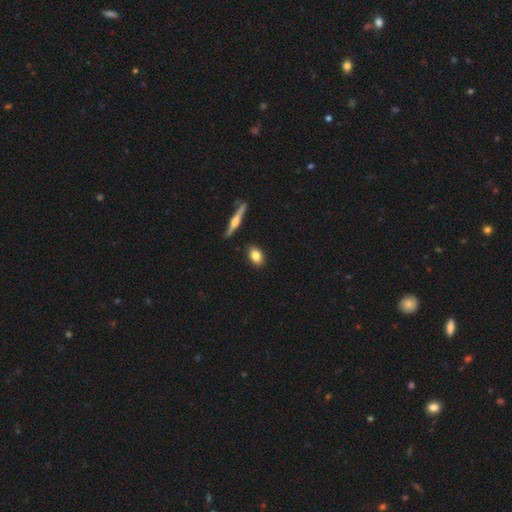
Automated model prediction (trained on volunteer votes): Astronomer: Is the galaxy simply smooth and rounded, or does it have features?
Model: smooth — 82%.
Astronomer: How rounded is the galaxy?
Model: in between — 77%.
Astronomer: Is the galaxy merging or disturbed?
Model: none — 88%.